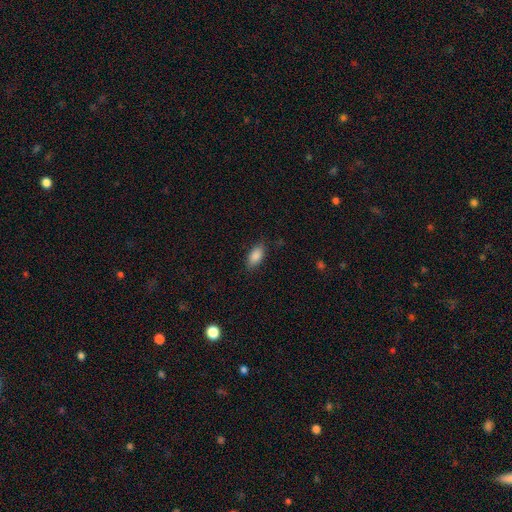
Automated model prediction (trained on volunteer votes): Smooth or featured: smooth — 88% (star or artifact — 7%)
How rounded: in between — 91% (cigar-shaped — 5%)
Merging: none — 83% (minor disturbance — 13%)